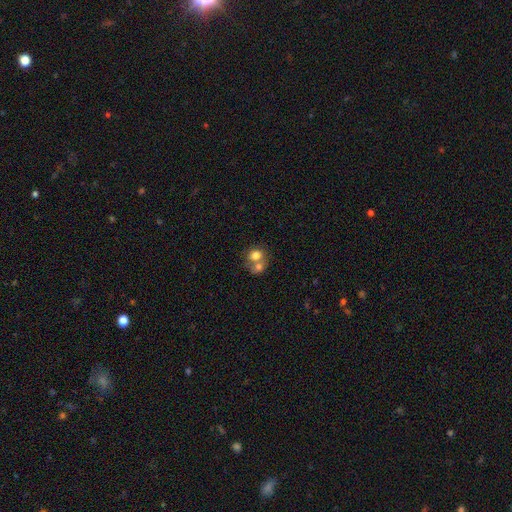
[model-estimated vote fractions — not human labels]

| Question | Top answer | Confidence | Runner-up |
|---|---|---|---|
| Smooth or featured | smooth | 74% | featured or disk (16%) |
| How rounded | round | 64% | in between (35%) |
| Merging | merger | 62% | none (28%) |